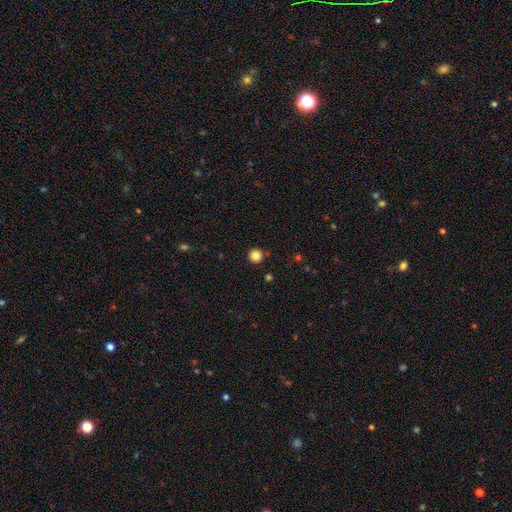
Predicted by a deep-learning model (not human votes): Morphology: type=smooth (84%); roundness=round (96%); merging=none (91%).